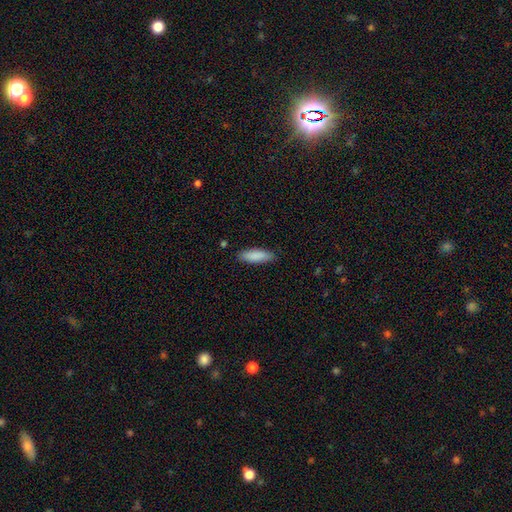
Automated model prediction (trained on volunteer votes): smooth 88%, featured or disk 7%, star or artifact 6%. Down the decision tree: how rounded — in between (49%, tied with cigar-shaped); merging — none (85%).